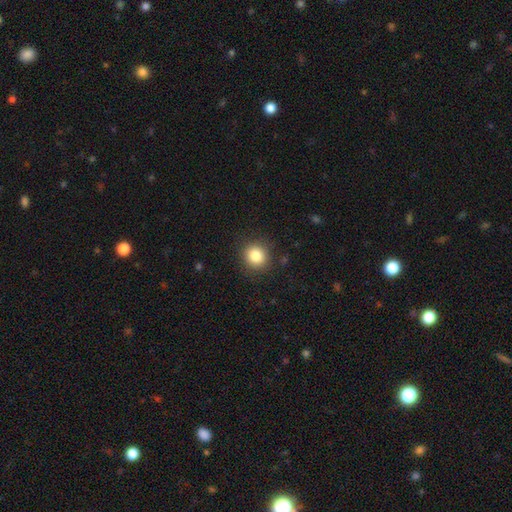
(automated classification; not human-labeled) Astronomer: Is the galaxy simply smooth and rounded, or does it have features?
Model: smooth — 85%.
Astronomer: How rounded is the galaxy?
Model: round — 88%.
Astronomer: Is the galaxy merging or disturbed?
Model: none — 89%.